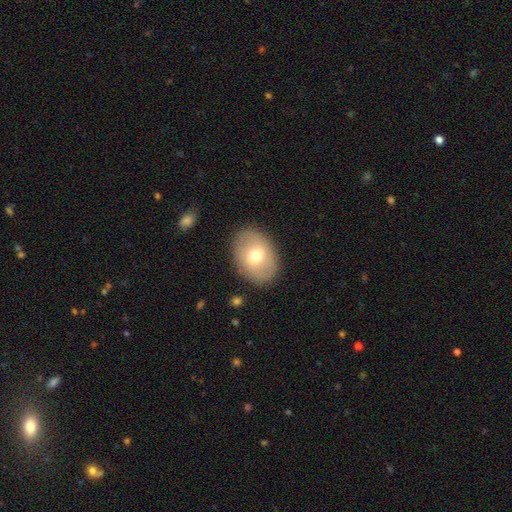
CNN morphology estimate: The model was most divided on "smooth or featured": smooth: 64%, featured or disk: 29%, star or artifact: 7%. More confident: merging — none (86%); how rounded — in between (68%).